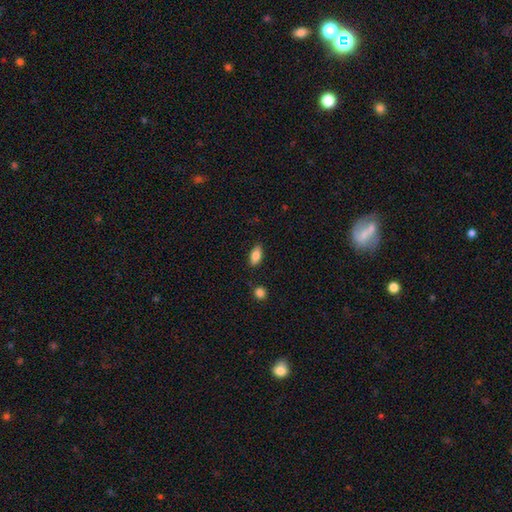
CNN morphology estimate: Smooth or featured: smooth — 84% (featured or disk — 9%)
How rounded: in between — 88% (cigar-shaped — 8%)
Merging: none — 84% (minor disturbance — 12%)